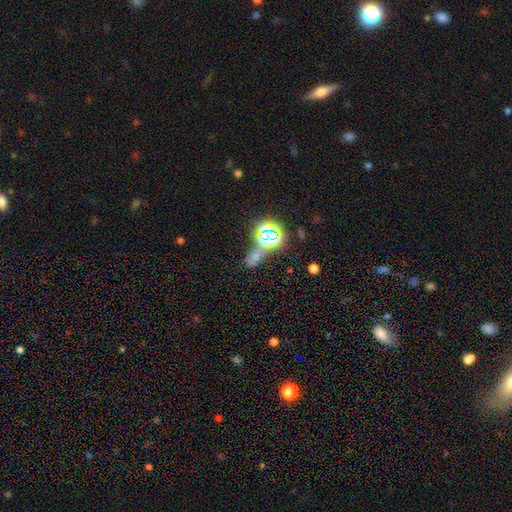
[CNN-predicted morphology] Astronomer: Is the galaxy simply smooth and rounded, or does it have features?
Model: star or artifact — 54% (runner-up: smooth, 33%).